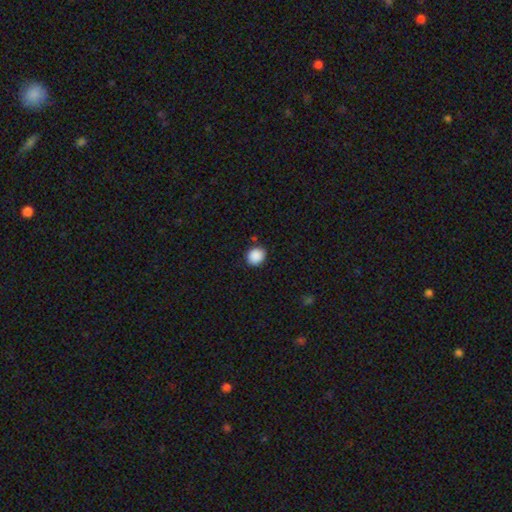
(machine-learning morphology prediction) smooth-or-featured: smooth: 89% | star or artifact: 8% | featured or disk: 2%
  how-rounded: round: 77% | in between: 22% | cigar-shaped: 1%
  merging: none: 86% | minor disturbance: 10% | major disturbance: 2% | merger: 2%